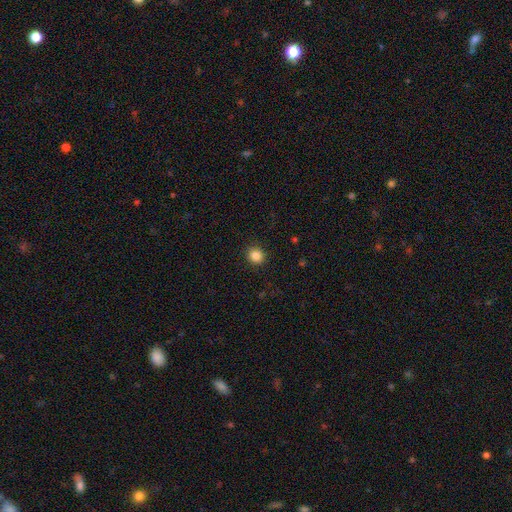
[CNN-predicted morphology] The model was most divided on "how rounded": round: 86%, in between: 13%, cigar-shaped: 1%. More confident: merging — none (91%); smooth or featured — smooth (86%).